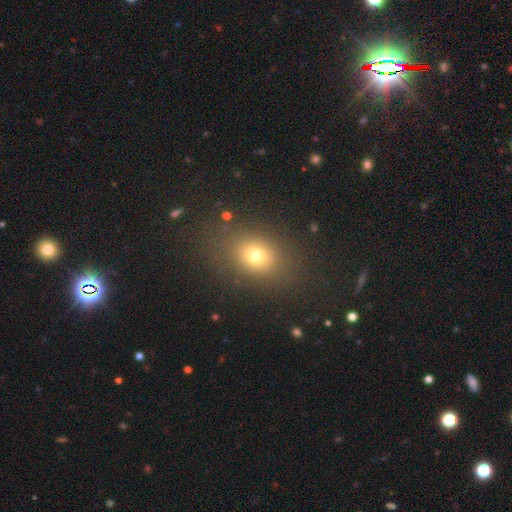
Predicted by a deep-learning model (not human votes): The model was most divided on "how rounded": in between: 56%, round: 43%, cigar-shaped: 1%. More confident: merging — none (81%); smooth or featured — smooth (71%).